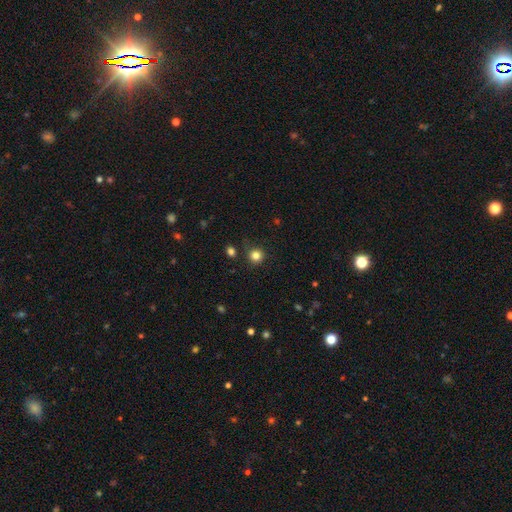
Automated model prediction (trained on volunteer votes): Smooth or featured?
  - smooth: 82% *
  - star or artifact: 13%
  - featured or disk: 5%
How rounded?
  - round: 93% *
  - in between: 6%
  - cigar-shaped: 1%
Merging?
  - none: 84% *
  - minor disturbance: 10%
  - major disturbance: 3%
  - merger: 3%